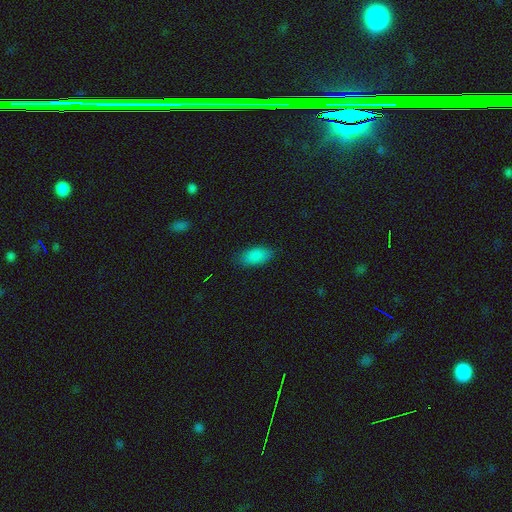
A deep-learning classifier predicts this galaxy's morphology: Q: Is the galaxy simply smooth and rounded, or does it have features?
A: smooth — 87%.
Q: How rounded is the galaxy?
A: in between — 92%.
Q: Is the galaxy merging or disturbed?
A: none — 84%.